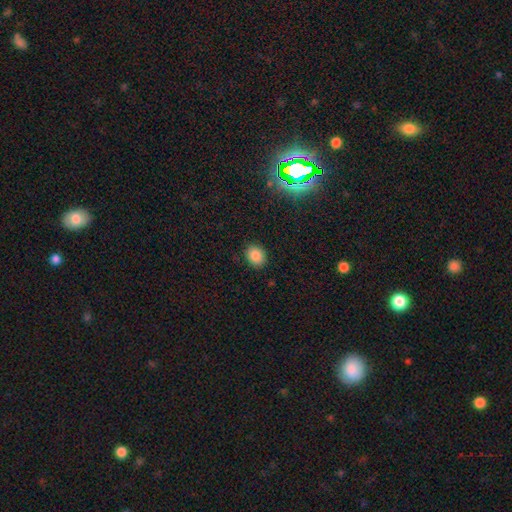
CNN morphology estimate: Smooth or featured?
  - smooth: 84% *
  - star or artifact: 11%
  - featured or disk: 4%
How rounded?
  - round: 51% *
  - in between: 48%
  - cigar-shaped: 1%
Merging?
  - none: 88% *
  - minor disturbance: 9%
  - major disturbance: 2%
  - merger: 1%